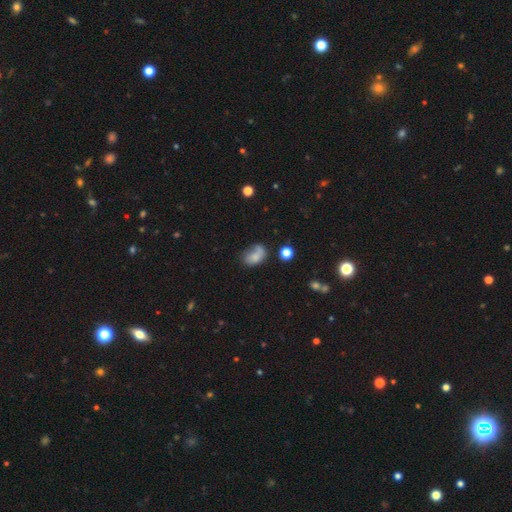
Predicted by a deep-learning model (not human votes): smooth-or-featured: smooth: 72% | featured or disk: 17% | star or artifact: 11%
  how-rounded: in between: 80% | round: 18% | cigar-shaped: 2%
  merging: none: 35% | minor disturbance: 28% | major disturbance: 20% | merger: 17%